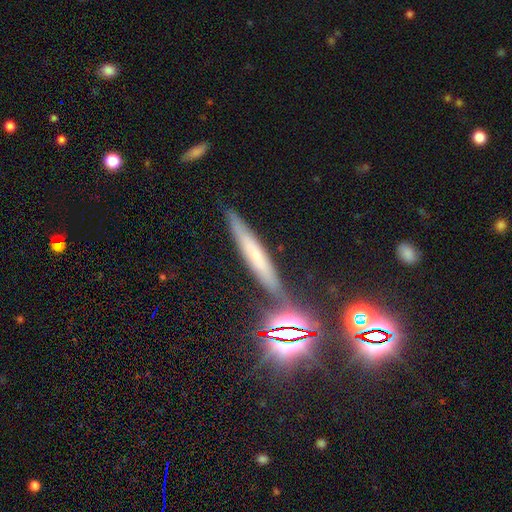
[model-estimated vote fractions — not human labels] A smooth galaxy with no disk features (43%). Merging: none (83%).